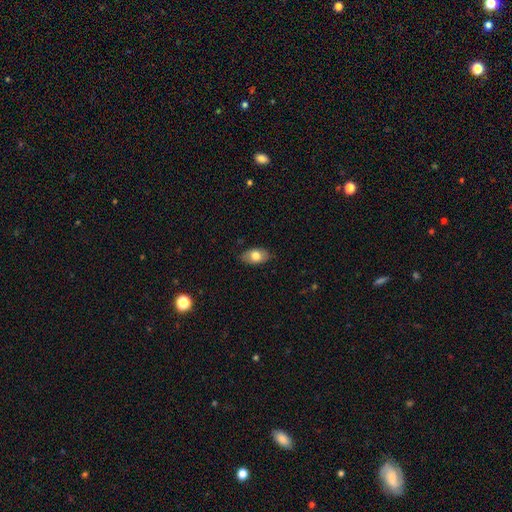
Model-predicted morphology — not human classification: The model was most divided on "smooth or featured": smooth: 74%, featured or disk: 19%, star or artifact: 7%. More confident: how rounded — in between (91%); merging — none (82%).